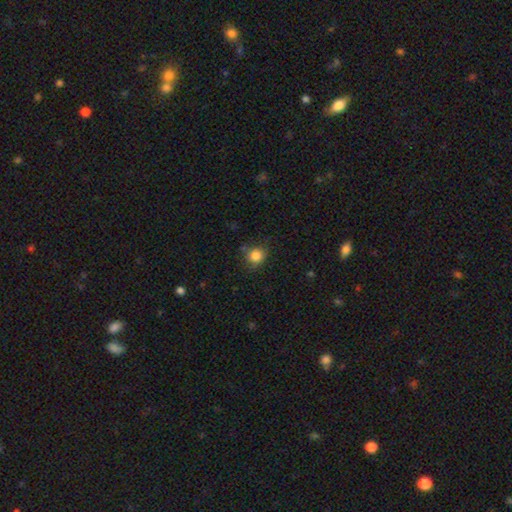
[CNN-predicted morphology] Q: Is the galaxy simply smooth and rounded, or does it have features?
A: smooth — 84%.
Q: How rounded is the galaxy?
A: round — 85%.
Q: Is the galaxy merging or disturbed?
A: none — 76%.